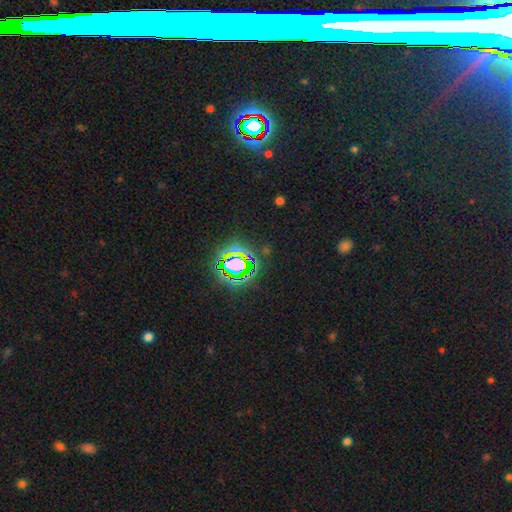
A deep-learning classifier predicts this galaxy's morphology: smooth-or-featured: star or artifact: 81% | smooth: 11% | featured or disk: 8%